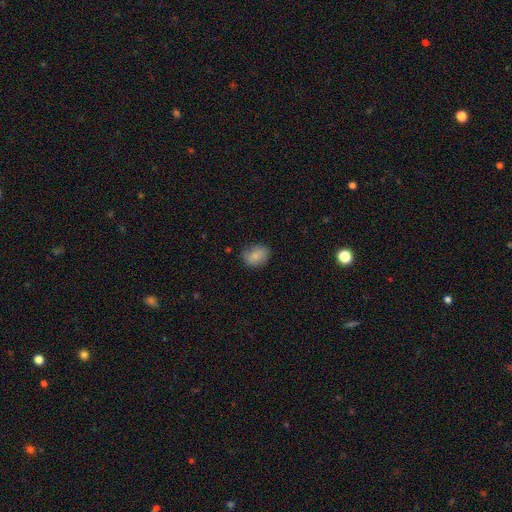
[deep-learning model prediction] Smooth or featured? smooth (80%)
How rounded? in between (51%)
Merging? none (75%)